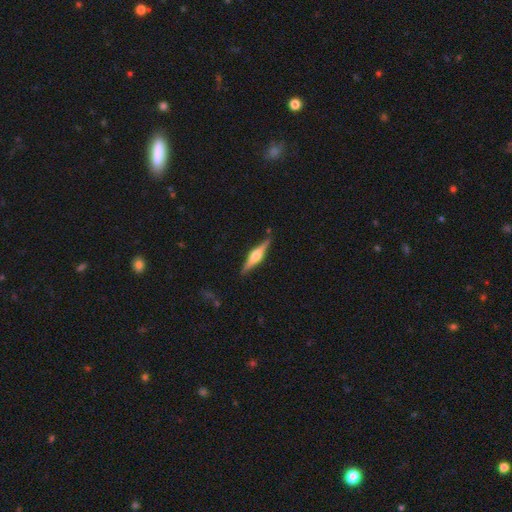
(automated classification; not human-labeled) Overall: featured or disk (73%). Edge-on disk: yes (98%). Edge-on bulge: rounded (90%). Merging: none (87%).